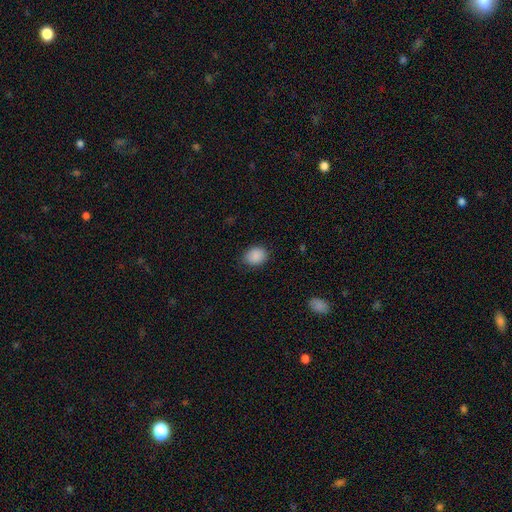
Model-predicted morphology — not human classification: A smooth galaxy with no disk features (89%) that is in between round and cigar-shaped (53%).

Vote fractions:
- Smooth or featured? smooth: 89% / star or artifact: 8% / featured or disk: 3%
- How rounded? in between: 53% / round: 46% / cigar-shaped: 1%
- Merging? none: 81% / minor disturbance: 15% / major disturbance: 3% / merger: 1%